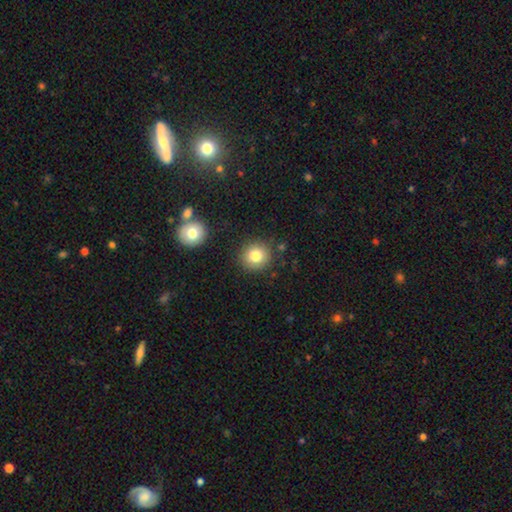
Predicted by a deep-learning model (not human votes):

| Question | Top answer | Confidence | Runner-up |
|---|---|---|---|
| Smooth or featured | smooth | 81% | star or artifact (11%) |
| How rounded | round | 90% | in between (9%) |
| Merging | none | 86% | minor disturbance (8%) |